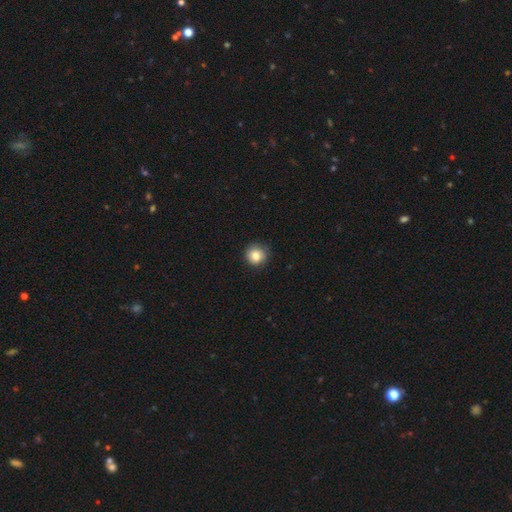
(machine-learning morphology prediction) This is clearly a smooth galaxy (85%). How rounded: clearly round (91%). Merging: clearly none (82%).